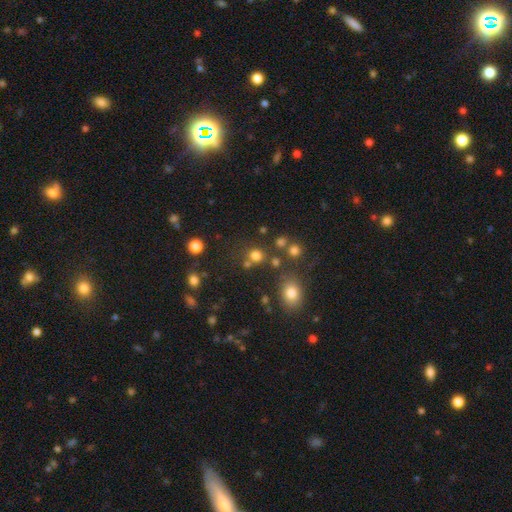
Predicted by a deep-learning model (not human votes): Overall: smooth (75%). How rounded: round (86%). Merging: none (72%).